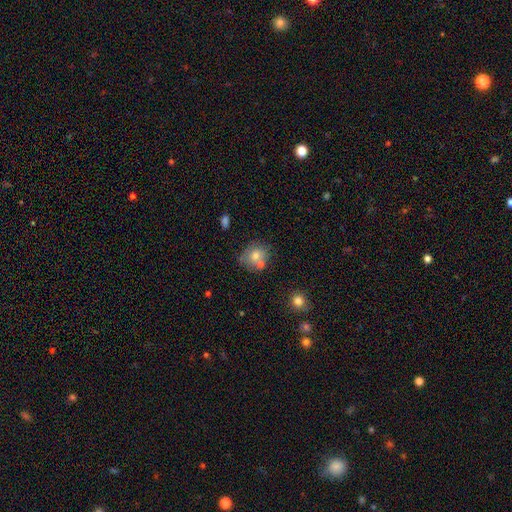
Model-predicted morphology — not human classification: A smooth galaxy with no disk features (71%) that is round (71%).

Vote fractions:
- Smooth or featured? smooth: 71% / featured or disk: 18% / star or artifact: 11%
- How rounded? round: 71% / in between: 28% / cigar-shaped: 1%
- Merging? none: 58% / merger: 24% / minor disturbance: 15% / major disturbance: 4%